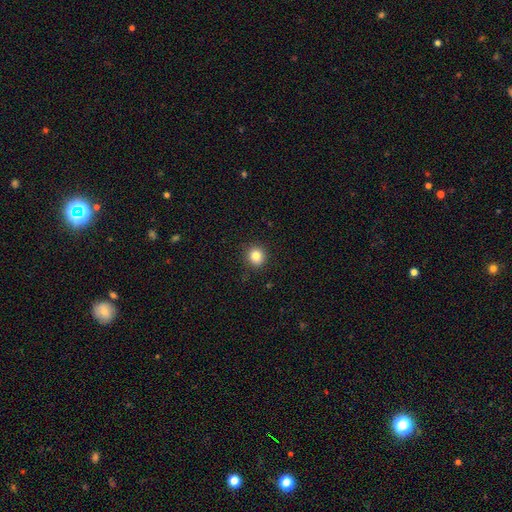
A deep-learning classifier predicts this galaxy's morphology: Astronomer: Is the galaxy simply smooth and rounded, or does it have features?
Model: smooth — 83%.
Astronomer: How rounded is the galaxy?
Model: round — 90%.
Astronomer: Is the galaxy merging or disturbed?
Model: none — 90%.